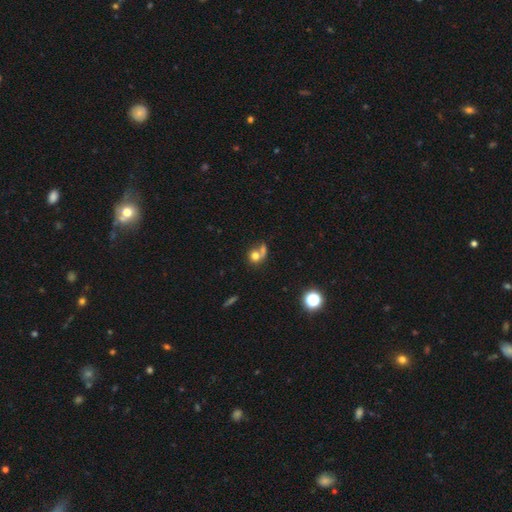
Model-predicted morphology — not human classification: type=smooth (72%); roundness=round (77%); merging=merger (47%).